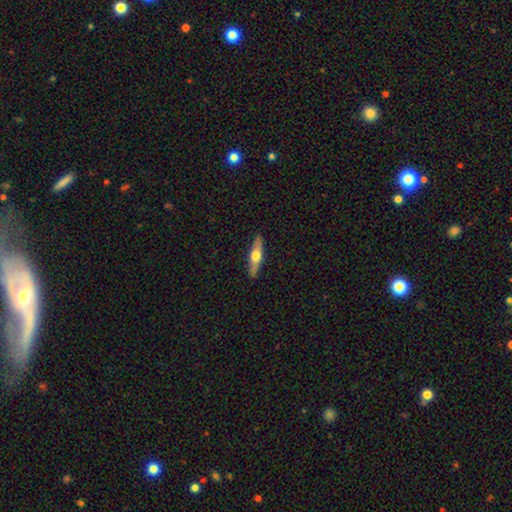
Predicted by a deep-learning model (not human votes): This is possibly a featured or disk galaxy (53%). It is clearly viewed edge-on (91%). Merging: clearly none (90%).